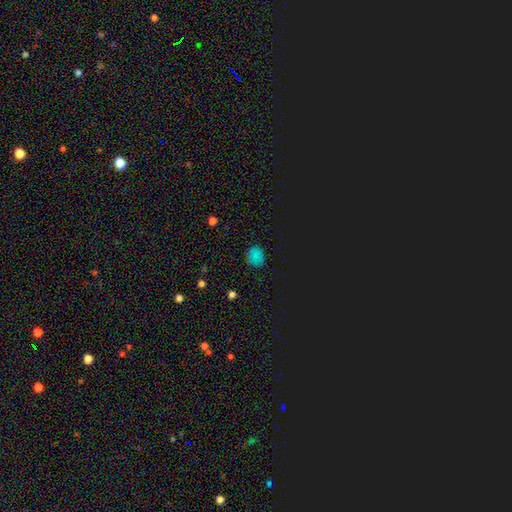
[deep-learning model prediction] smooth 70%, star or artifact 25%, featured or disk 5%. Down the decision tree: how rounded — round (66%); merging — none (81%).